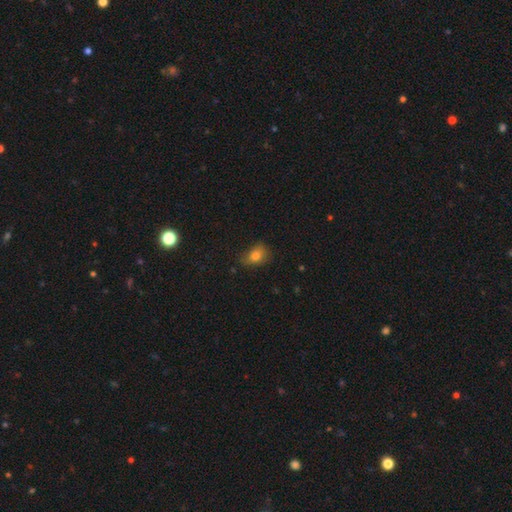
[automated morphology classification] smooth-or-featured: smooth: 80% | star or artifact: 10% | featured or disk: 10%
  how-rounded: in between: 70% | round: 29% | cigar-shaped: 2%
  merging: none: 59% | minor disturbance: 31% | major disturbance: 8% | merger: 2%